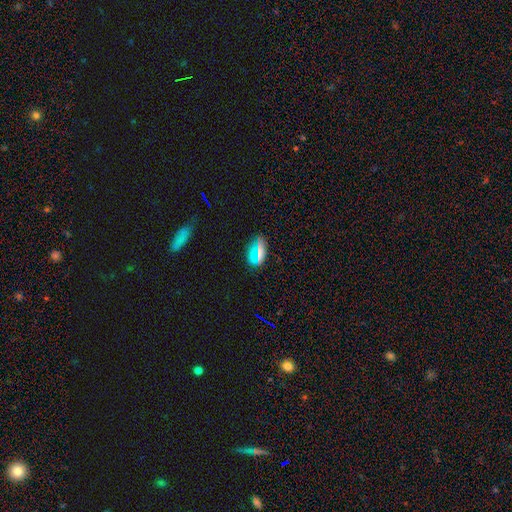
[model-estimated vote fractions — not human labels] This is likely a smooth galaxy (66%). How rounded: clearly in between (80%). Merging: likely none (79%).